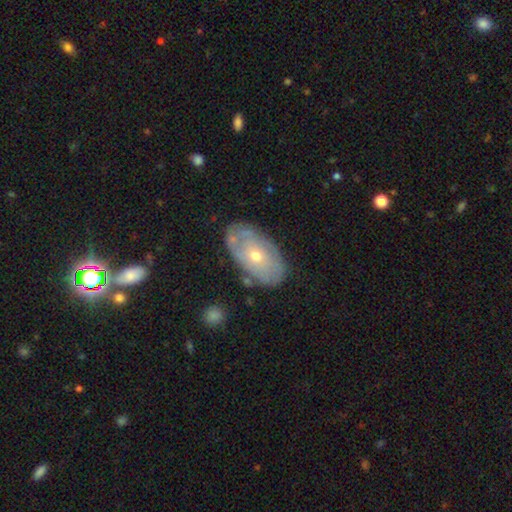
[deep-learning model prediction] Smooth or featured? Predicted: featured or disk (p=0.58). Edge-on disk? Predicted: no (p=0.91). Bar? Predicted: no (p=0.87). Spiral arms? Predicted: no (p=0.52). Bulge size? Predicted: moderate (p=0.54). Merging? Predicted: none (p=0.74).